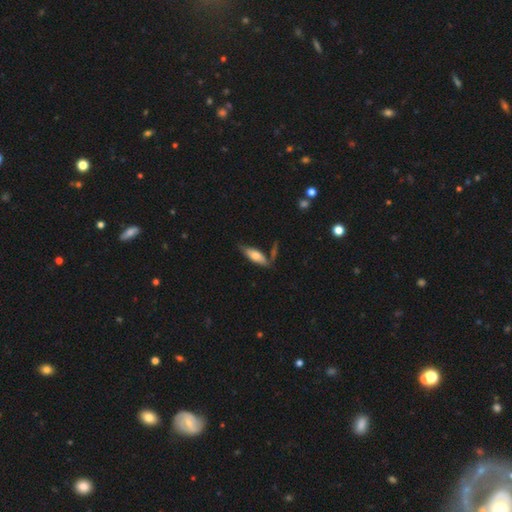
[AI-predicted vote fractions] smooth 66%, featured or disk 28%, star or artifact 6%. Down the decision tree: how rounded — in between (59%); merging — none (61%).